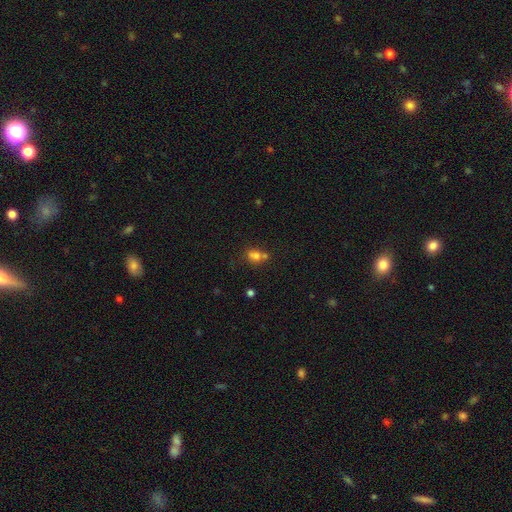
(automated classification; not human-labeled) Overall: smooth (71%). How rounded: round (50%; in between 48%). Merging: merger (42%; none 40%).